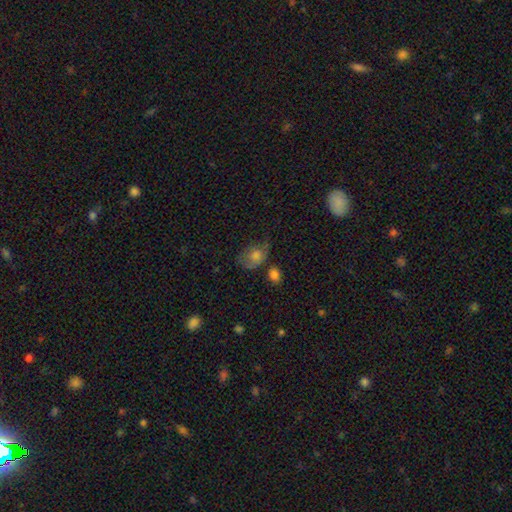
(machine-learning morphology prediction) type=smooth (67%); roundness=in between (69%); merging=none (39%).